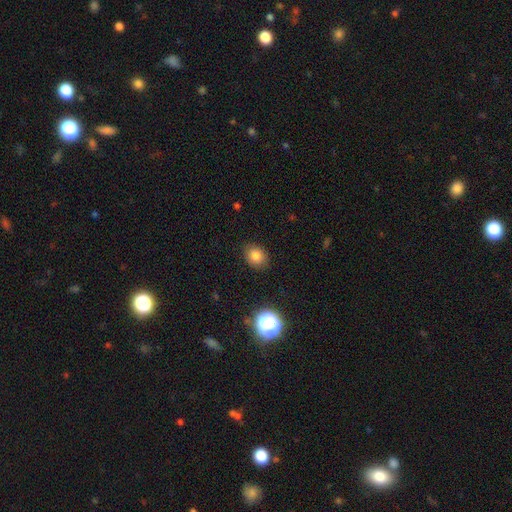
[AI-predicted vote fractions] A smooth galaxy with no disk features (82%) that is round (59%). Merging: none (86%).